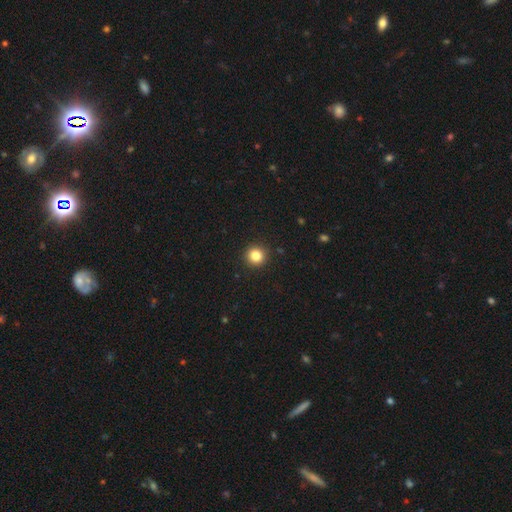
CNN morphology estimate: Smooth or featured: smooth — 83% (star or artifact — 12%)
How rounded: round — 94% (in between — 5%)
Merging: none — 93% (minor disturbance — 5%)